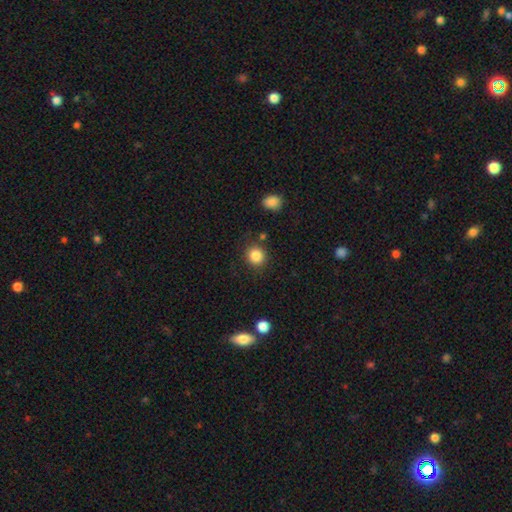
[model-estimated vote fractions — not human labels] Smooth or featured? Predicted: smooth (p=0.86). How rounded? Predicted: round (p=0.87). Merging? Predicted: none (p=0.85).